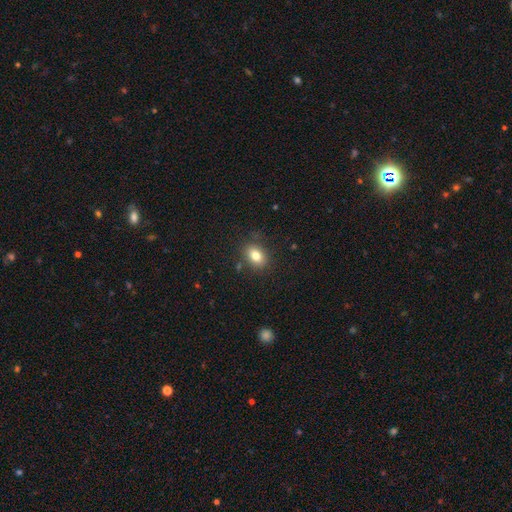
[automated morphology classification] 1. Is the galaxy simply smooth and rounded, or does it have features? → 81% smooth, 10% star or artifact, 9% featured or disk.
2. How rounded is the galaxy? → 67% in between, 32% round, 1% cigar-shaped.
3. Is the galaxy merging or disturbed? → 83% none, 11% minor disturbance, 3% major disturbance, 3% merger.